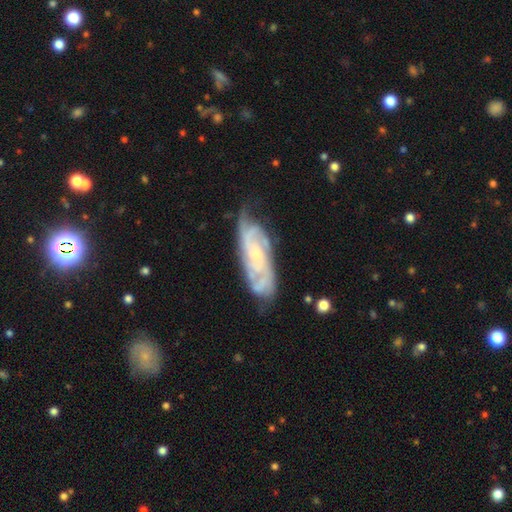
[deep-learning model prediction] A featured or disk galaxy (80%) with no bar (65%), tight (61%) spiral arms (94%) and a small central bulge (65%).

Vote fractions:
- Smooth or featured? featured or disk: 80% / smooth: 14% / star or artifact: 6%
- Edge-on disk? no: 89% / yes: 11%
- Bar? no: 65% / weak: 28% / strong: 7%
- Spiral arms? yes: 94% / no: 6%
- Spiral winding? tight: 61% / medium: 32% / loose: 7%
- Spiral arm count? can't tell: 33% / 3: 23% / 2: 21% / 4: 15% / more than 4: 5% / 1: 4%
- Bulge size? small: 65% / moderate: 27% / none: 6% / large: 2% / dominant: 1%
- Merging? none: 67% / minor disturbance: 24% / major disturbance: 7% / merger: 3%